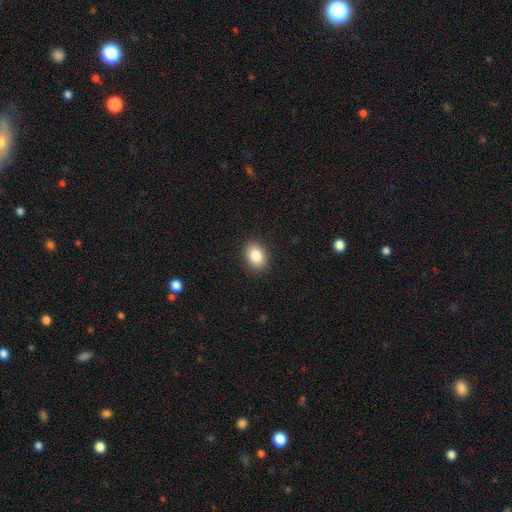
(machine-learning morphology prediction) Q: Smooth or featured?
A: smooth (86%); runner-up: star or artifact (8%)
Q: How rounded?
A: in between (74%); runner-up: round (25%)
Q: Merging?
A: none (90%); runner-up: minor disturbance (7%)